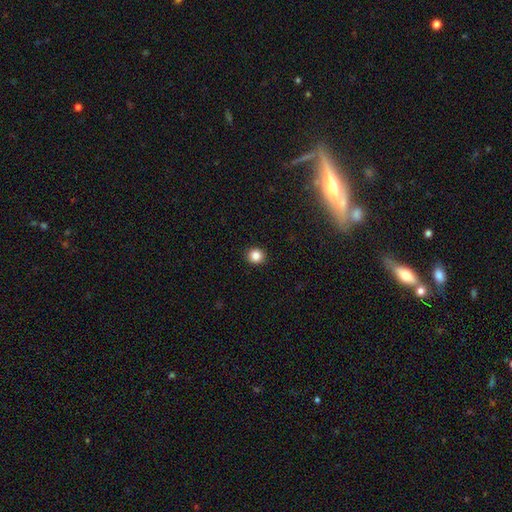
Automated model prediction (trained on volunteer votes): Smooth or featured: smooth — 85% (star or artifact — 11%)
How rounded: round — 91% (in between — 8%)
Merging: none — 93% (minor disturbance — 5%)